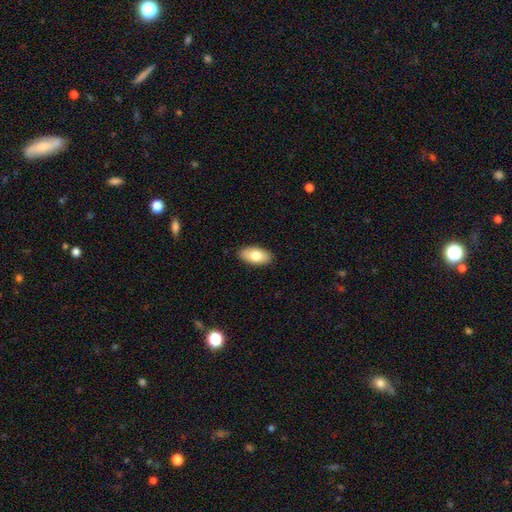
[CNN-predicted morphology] smooth-or-featured: smooth: 77% | featured or disk: 16% | star or artifact: 6%
  how-rounded: in between: 93% | cigar-shaped: 5% | round: 3%
  merging: none: 89% | minor disturbance: 8% | major disturbance: 2% | merger: 1%